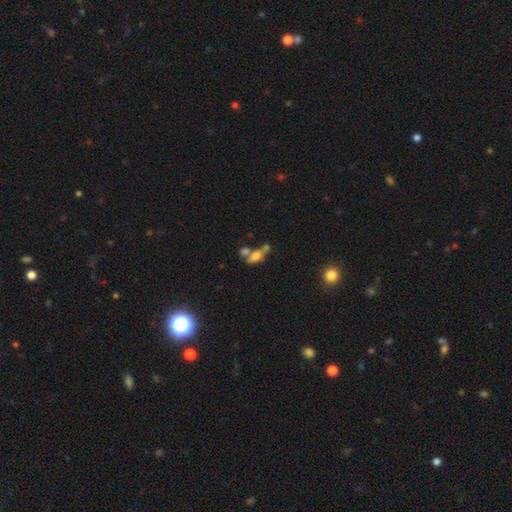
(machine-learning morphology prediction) Smooth or featured?
  - smooth: 62% *
  - featured or disk: 24%
  - star or artifact: 14%
How rounded?
  - in between: 75% *
  - cigar-shaped: 16%
  - round: 9%
Merging?
  - merger: 46% *
  - none: 31%
  - minor disturbance: 13%
  - major disturbance: 10%